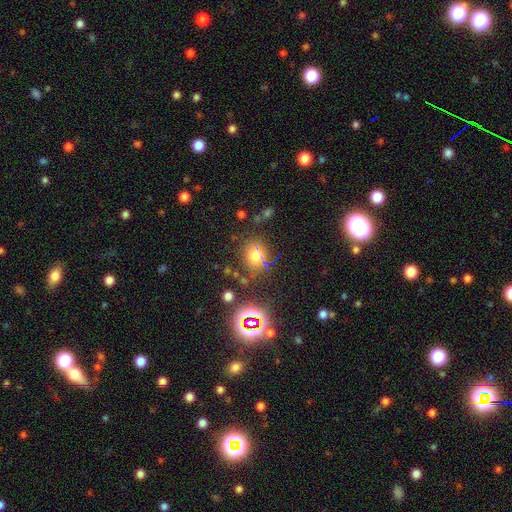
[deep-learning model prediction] A smooth galaxy with no disk features (64%) that is round (63%). Merging: none (72%).